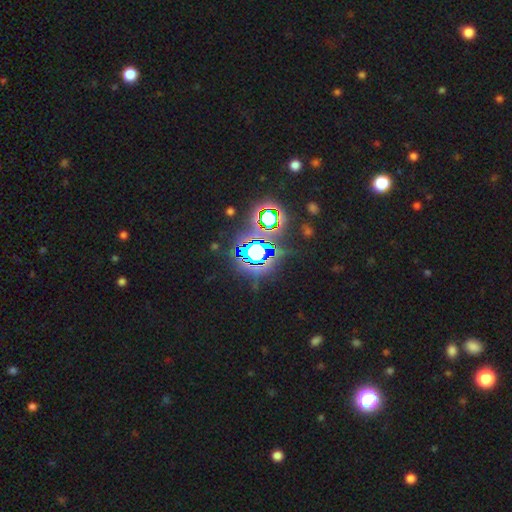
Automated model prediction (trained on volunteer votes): This appears to be a star or artifact, not a galaxy (78%).